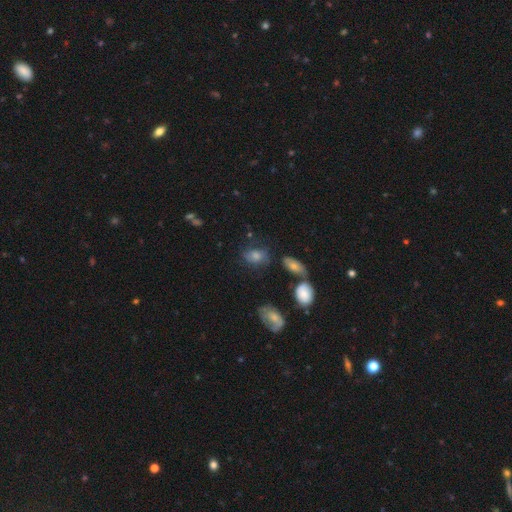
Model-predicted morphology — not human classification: smooth-or-featured: smooth: 66% | featured or disk: 22% | star or artifact: 12%
  how-rounded: in between: 77% | round: 21% | cigar-shaped: 2%
  merging: none: 59% | minor disturbance: 23% | major disturbance: 11% | merger: 6%